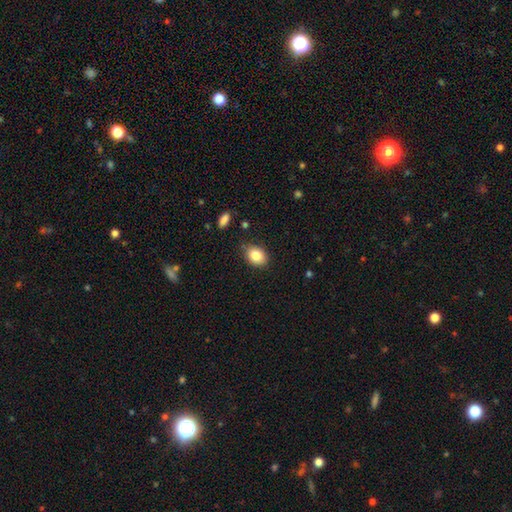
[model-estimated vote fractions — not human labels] This is clearly a smooth galaxy (85%). How rounded: likely in between (69%). Merging: clearly none (83%).